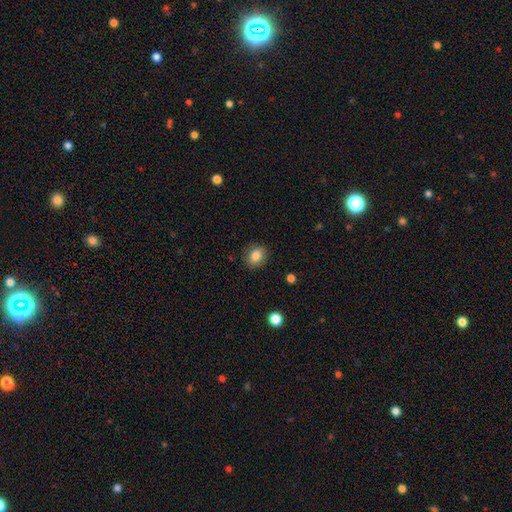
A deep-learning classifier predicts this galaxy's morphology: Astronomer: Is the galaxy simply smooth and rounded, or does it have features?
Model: smooth — 84%.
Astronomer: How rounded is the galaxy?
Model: round — 52% (runner-up: in between, 47%).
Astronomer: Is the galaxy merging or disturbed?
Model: none — 86%.